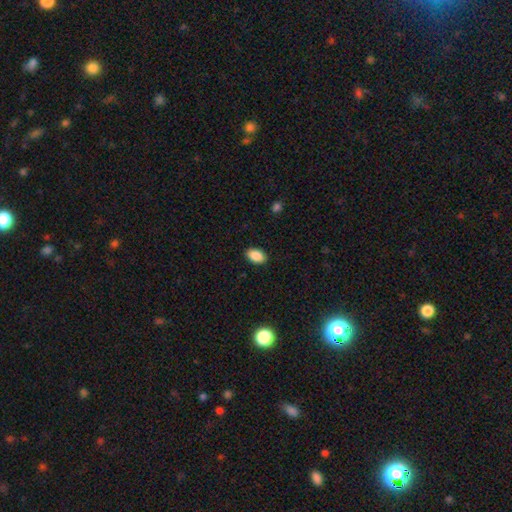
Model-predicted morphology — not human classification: Overall: smooth (89%). How rounded: in between (90%). Merging: none (89%).